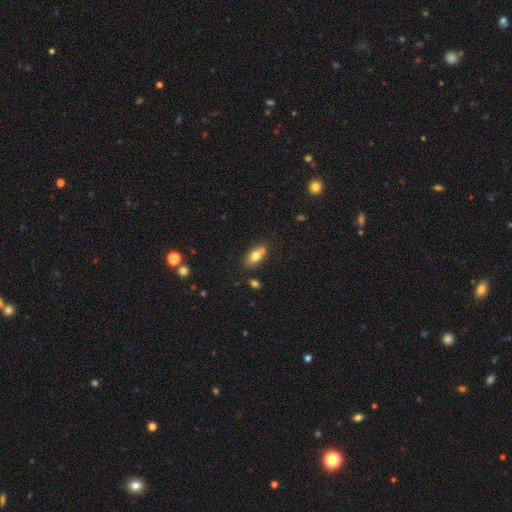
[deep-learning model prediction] This is likely a smooth galaxy (76%). How rounded: clearly in between (85%). Merging: possibly none (56%).